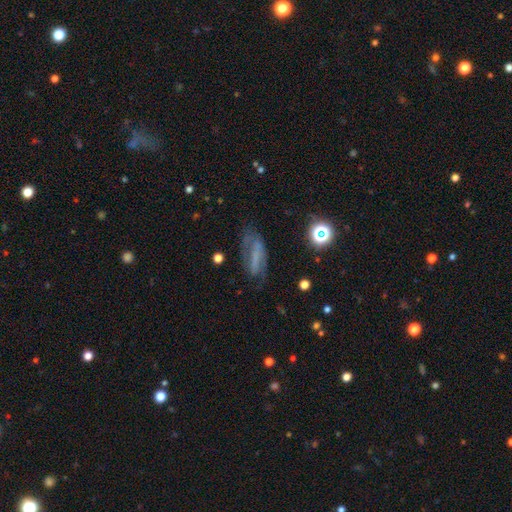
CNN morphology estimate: Overall: featured or disk (49%; smooth 34%). Merging: none (53%; minor disturbance 24%).